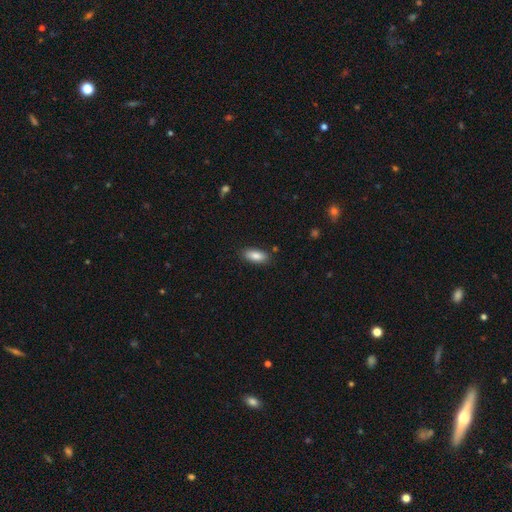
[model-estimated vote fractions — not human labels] Smooth or featured? Predicted: smooth (p=0.86). How rounded? Predicted: in between (p=0.86). Merging? Predicted: none (p=0.86).